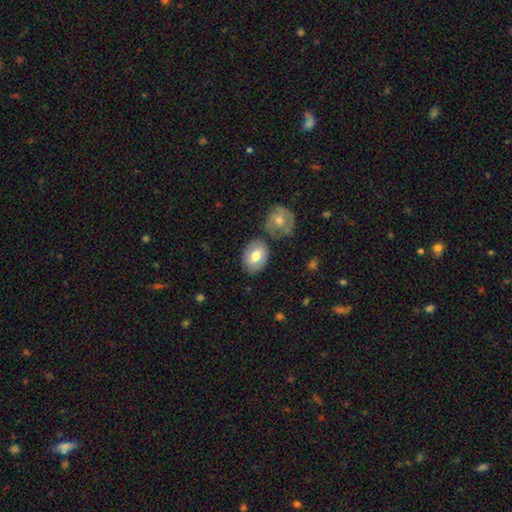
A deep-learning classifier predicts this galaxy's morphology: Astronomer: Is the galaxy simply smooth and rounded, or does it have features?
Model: smooth — 73%.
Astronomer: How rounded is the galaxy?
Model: in between — 71%.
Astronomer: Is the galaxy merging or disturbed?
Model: none — 74%.